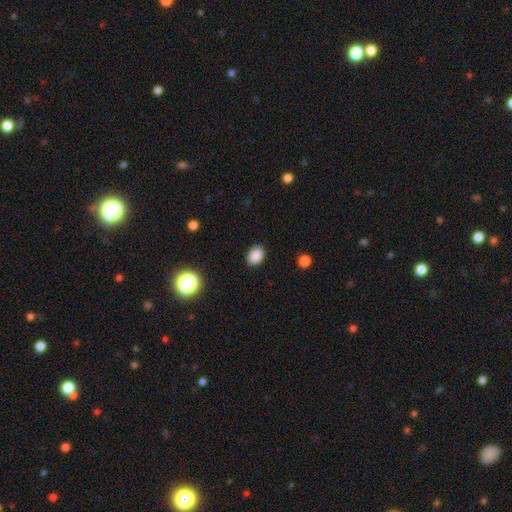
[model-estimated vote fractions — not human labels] Smooth or featured?
  - smooth: 87% *
  - star or artifact: 10%
  - featured or disk: 3%
How rounded?
  - in between: 71% *
  - round: 28%
  - cigar-shaped: 1%
Merging?
  - none: 88% *
  - minor disturbance: 9%
  - major disturbance: 2%
  - merger: 1%